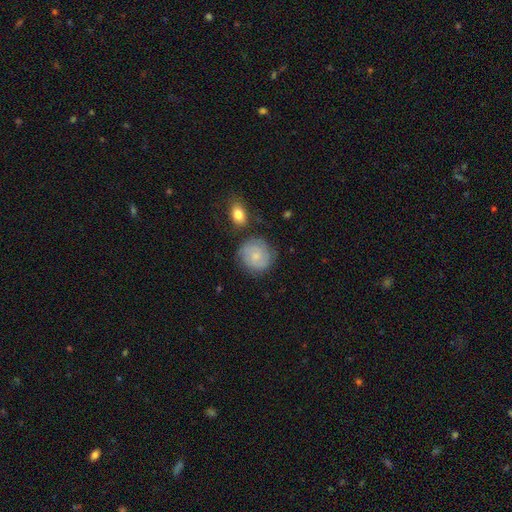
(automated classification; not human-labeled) This appears to be a smooth galaxy with no disk features (60%) that is round (88%). Merging: none (74%).